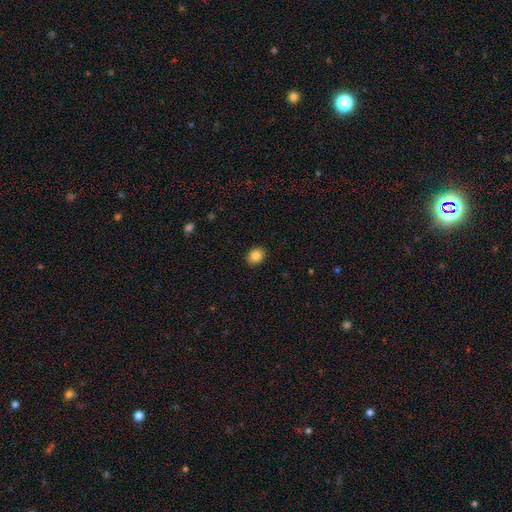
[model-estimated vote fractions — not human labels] A smooth galaxy with no disk features (86%) that is in between round and cigar-shaped (50%).

Vote fractions:
- Smooth or featured? smooth: 86% / star or artifact: 9% / featured or disk: 5%
- How rounded? in between: 50% / round: 49% / cigar-shaped: 1%
- Merging? none: 91% / minor disturbance: 6% / major disturbance: 2% / merger: 1%